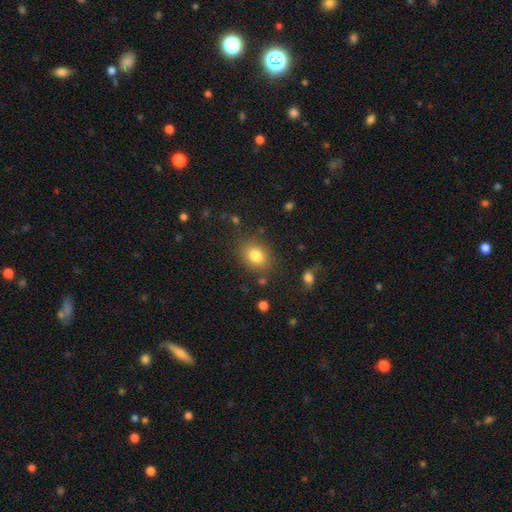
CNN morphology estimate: Smooth or featured? smooth (82%)
How rounded? in between (59%)
Merging? none (81%)